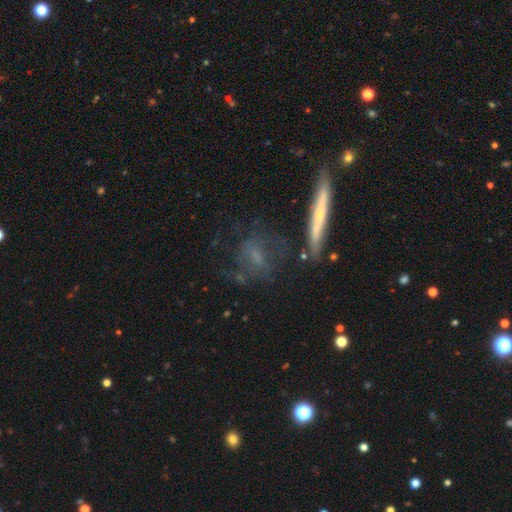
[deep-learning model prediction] The model was most divided on "smooth or featured": featured or disk: 49%, smooth: 35%, star or artifact: 15%. More confident: merging — none (60%).